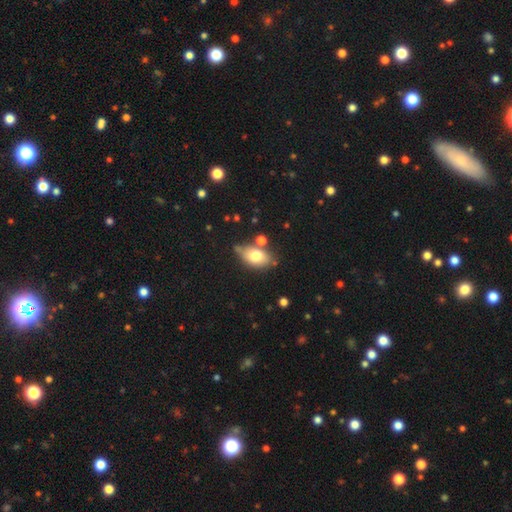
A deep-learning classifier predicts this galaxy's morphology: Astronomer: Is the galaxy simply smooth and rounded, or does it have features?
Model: smooth — 75%.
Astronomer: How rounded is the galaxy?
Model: in between — 86%.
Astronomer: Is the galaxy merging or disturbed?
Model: none — 63%.